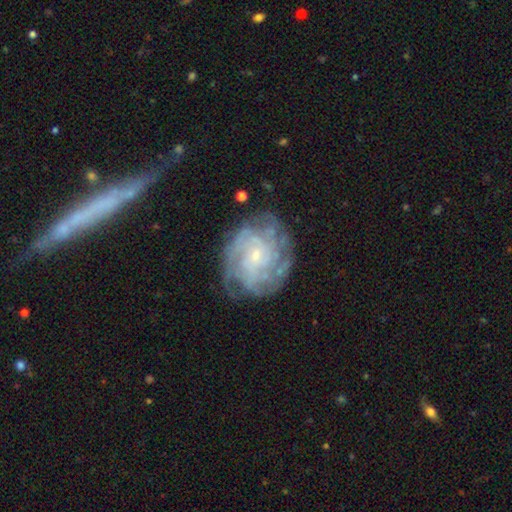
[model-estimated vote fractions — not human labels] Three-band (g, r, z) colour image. It shows a featured or disk galaxy (83%) with no bar (73%), tight (70%) spiral arms (93%) and a small central bulge (81%). Merging: none (72%).